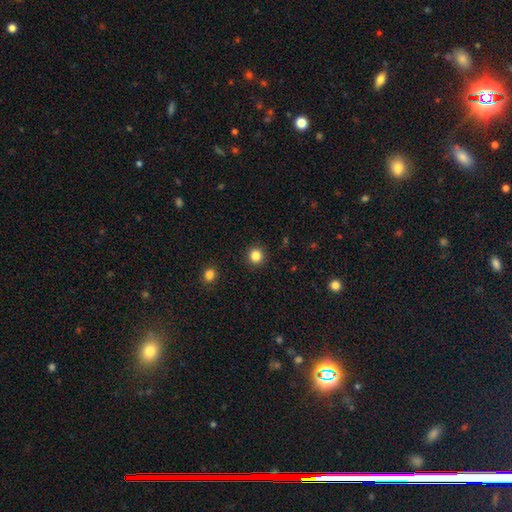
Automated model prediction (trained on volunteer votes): Smooth or featured? smooth (84%)
How rounded? round (93%)
Merging? none (91%)